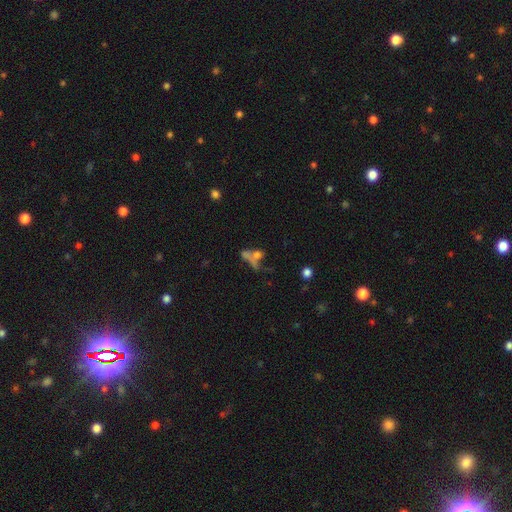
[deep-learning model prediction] Smooth or featured?
  - smooth: 53% *
  - featured or disk: 28%
  - star or artifact: 20%
How rounded?
  - in between: 42% *
  - round: 36%
  - cigar-shaped: 23%
Merging?
  - merger: 42% *
  - none: 31%
  - major disturbance: 16%
  - minor disturbance: 10%